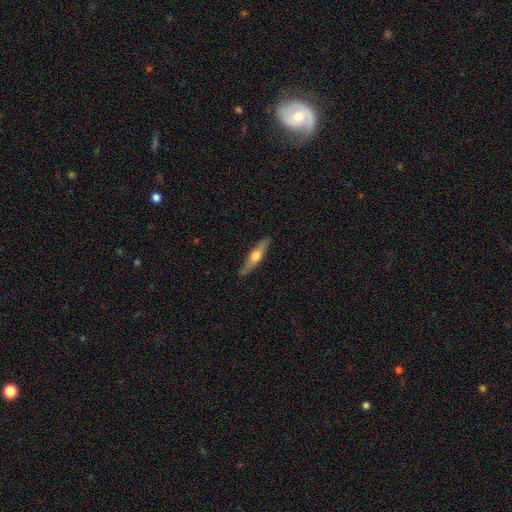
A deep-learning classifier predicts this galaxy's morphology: Q: Smooth or featured?
A: featured or disk (49%); runner-up: smooth (46%)
Q: Merging?
A: none (86%); runner-up: minor disturbance (11%)